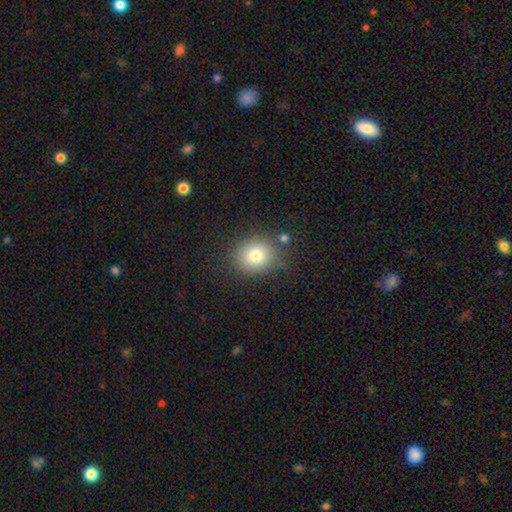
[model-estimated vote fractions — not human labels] Smooth or featured? Predicted: smooth (p=0.76). How rounded? Predicted: round (p=0.77). Merging? Predicted: none (p=0.77).